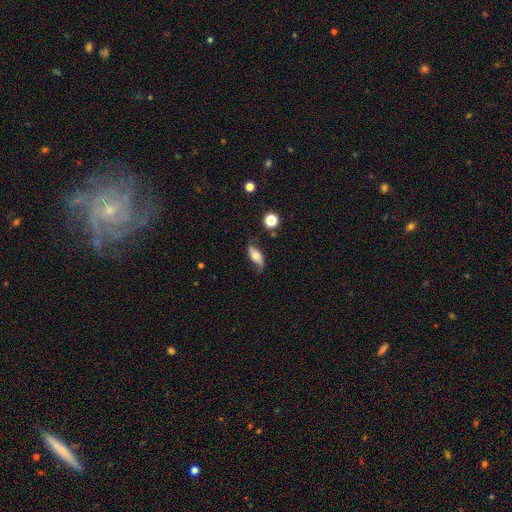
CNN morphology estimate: Smooth or featured? smooth (51%)
How rounded? in between (77%)
Merging? none (67%)